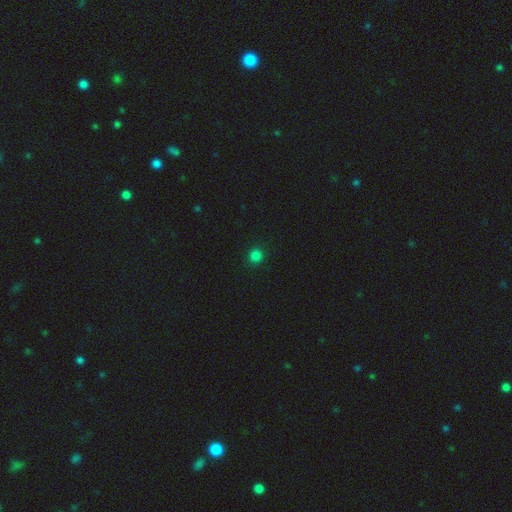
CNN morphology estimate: type=smooth (82%); roundness=round (93%); merging=none (92%).